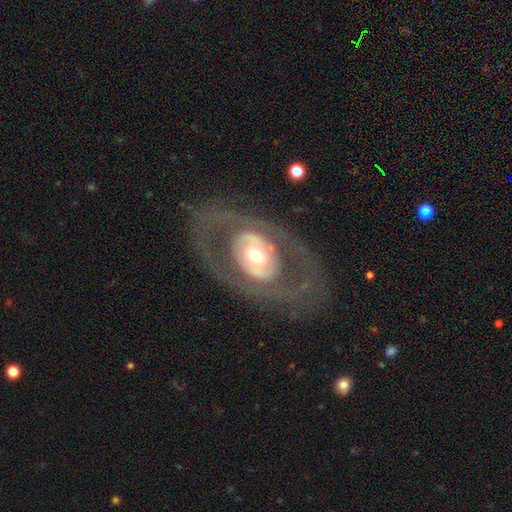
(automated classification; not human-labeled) Smooth or featured: featured or disk — 70% (smooth — 25%)
Edge-on disk: no — 91% (yes — 9%)
Bar: no — 71% (weak — 18%)
Spiral arms: no — 71% (yes — 29%)
Bulge size: moderate — 62% (large — 22%)
Merging: none — 74% (major disturbance — 13%)